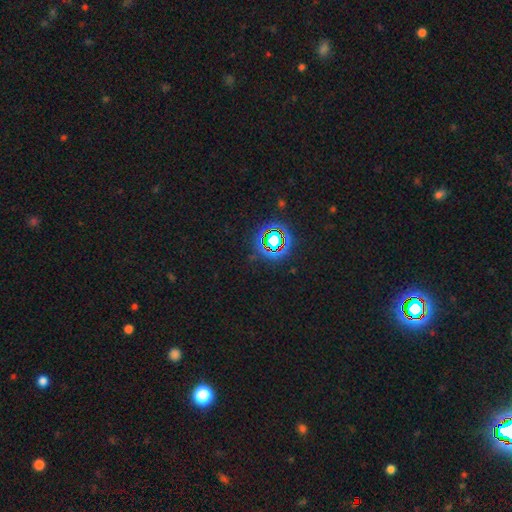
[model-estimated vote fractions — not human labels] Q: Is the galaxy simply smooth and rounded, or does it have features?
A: star or artifact — 75%.